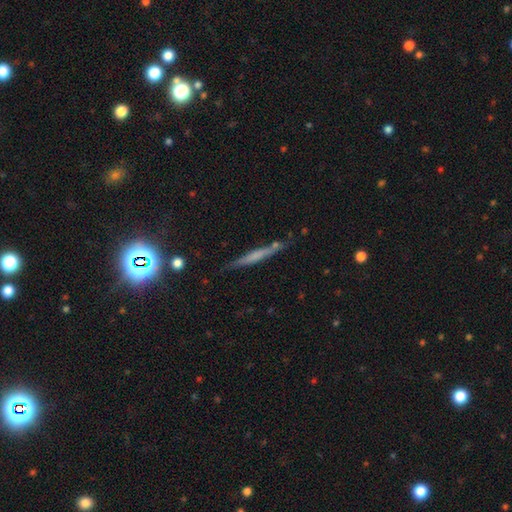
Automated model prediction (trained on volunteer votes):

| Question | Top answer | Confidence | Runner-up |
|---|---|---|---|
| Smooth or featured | featured or disk | 46% | tied: smooth (46%) |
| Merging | none | 79% | minor disturbance (13%) |